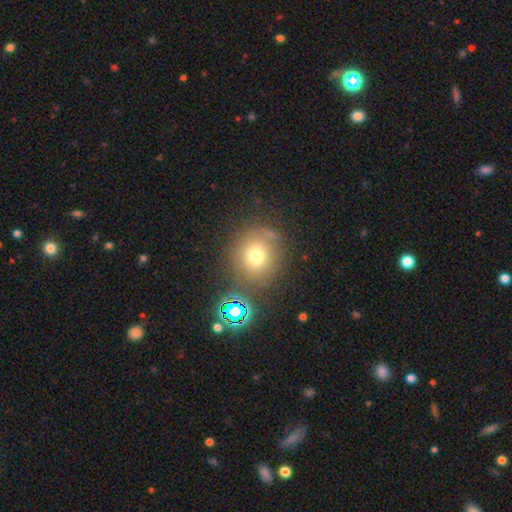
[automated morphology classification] Smooth or featured? Predicted: smooth (p=0.68). How rounded? Predicted: round (p=0.88). Merging? Predicted: none (p=0.73).